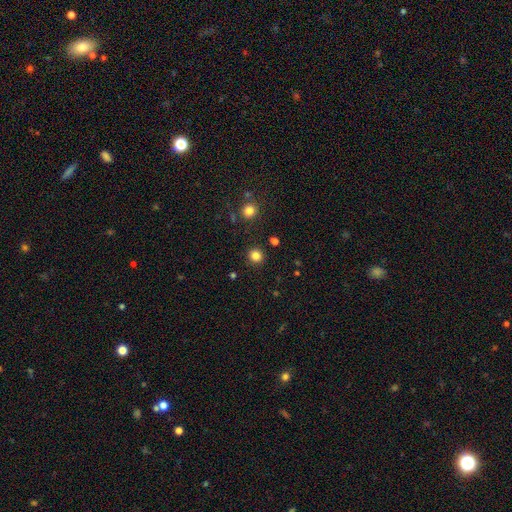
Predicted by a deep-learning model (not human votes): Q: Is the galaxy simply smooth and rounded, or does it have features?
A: smooth — 82%.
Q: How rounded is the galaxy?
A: round — 93%.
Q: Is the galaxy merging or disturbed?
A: none — 91%.